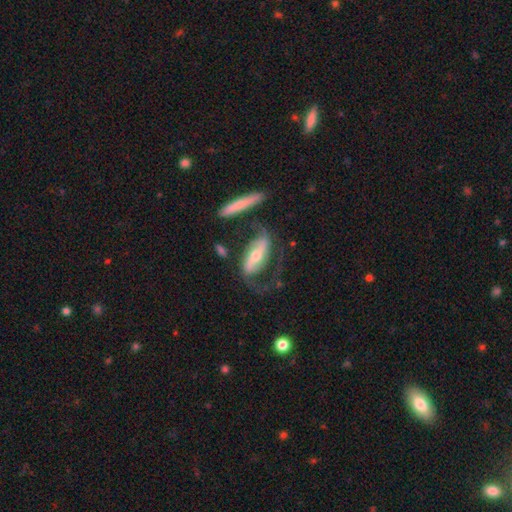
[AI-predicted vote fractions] The model was most divided on "merging": none: 44%, major disturbance: 29%, minor disturbance: 19%, merger: 8%. Remaining: spiral arms — yes (89%); edge-on disk — no (87%); spiral arm count — 2 (82%); smooth or featured — featured or disk (77%); bulge size — moderate (55%); spiral winding — loose (54%); bar — strong (47%).